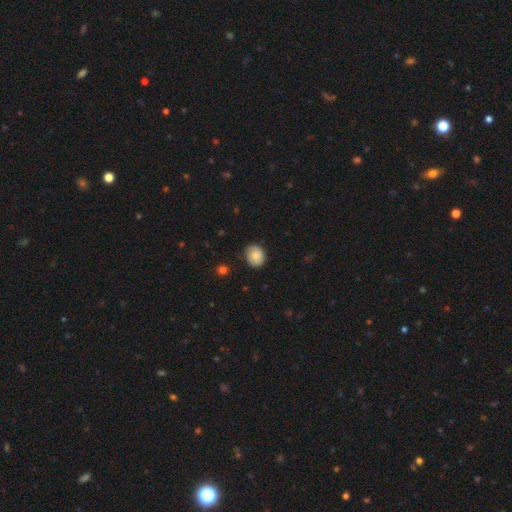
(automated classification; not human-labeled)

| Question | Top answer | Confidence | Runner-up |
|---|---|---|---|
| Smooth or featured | smooth | 84% | featured or disk (9%) |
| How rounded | round | 66% | in between (33%) |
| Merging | none | 81% | minor disturbance (15%) |